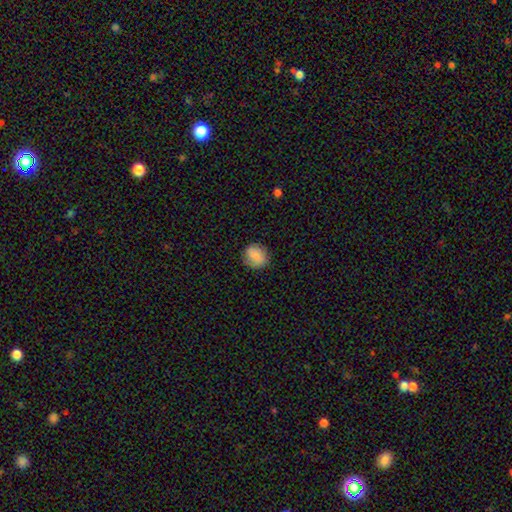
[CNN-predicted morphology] A smooth galaxy with no disk features (80%) that is round (64%).

Vote fractions:
- Smooth or featured? smooth: 80% / featured or disk: 12% / star or artifact: 8%
- How rounded? round: 64% / in between: 35% / cigar-shaped: 1%
- Merging? none: 75% / minor disturbance: 19% / major disturbance: 5% / merger: 1%